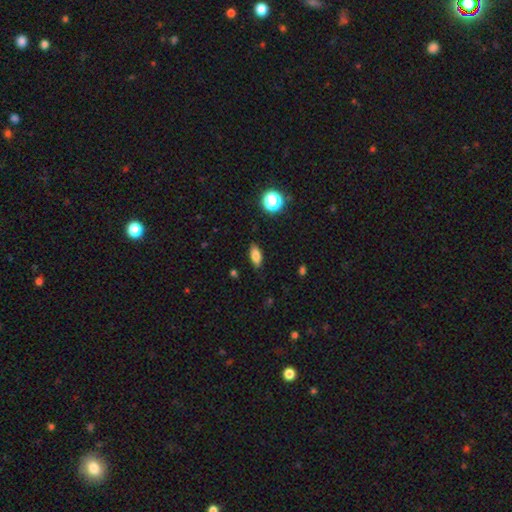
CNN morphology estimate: Smooth or featured: smooth — 80% (star or artifact — 10%)
How rounded: in between — 80% (cigar-shaped — 15%)
Merging: none — 84% (minor disturbance — 12%)